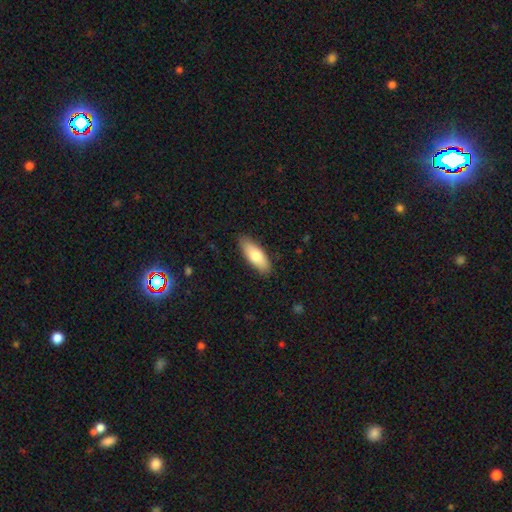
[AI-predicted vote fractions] smooth 74%, featured or disk 20%, star or artifact 6%. Down the decision tree: how rounded — in between (69%); merging — none (87%).